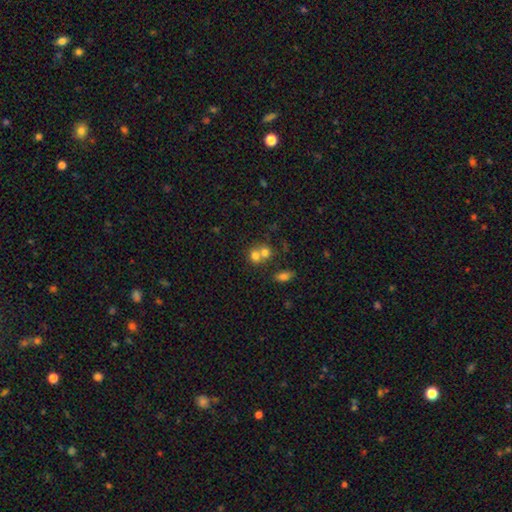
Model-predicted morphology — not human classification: Smooth or featured?
  - smooth: 73% *
  - featured or disk: 15%
  - star or artifact: 12%
How rounded?
  - round: 72% *
  - in between: 27%
  - cigar-shaped: 1%
Merging?
  - merger: 58% *
  - none: 33%
  - minor disturbance: 6%
  - major disturbance: 3%